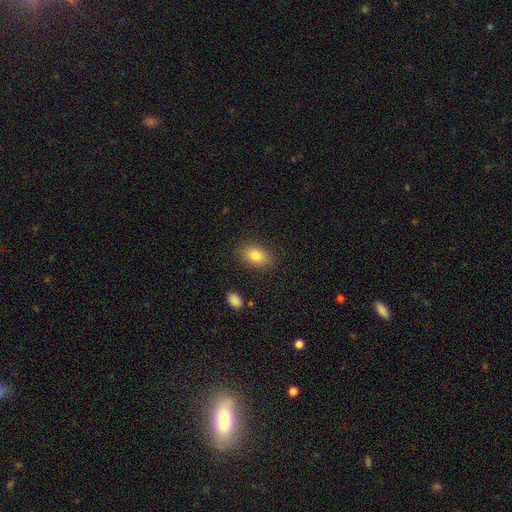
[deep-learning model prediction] Q: Smooth or featured?
A: smooth (82%); runner-up: featured or disk (10%)
Q: How rounded?
A: in between (83%); runner-up: round (15%)
Q: Merging?
A: none (85%); runner-up: minor disturbance (10%)